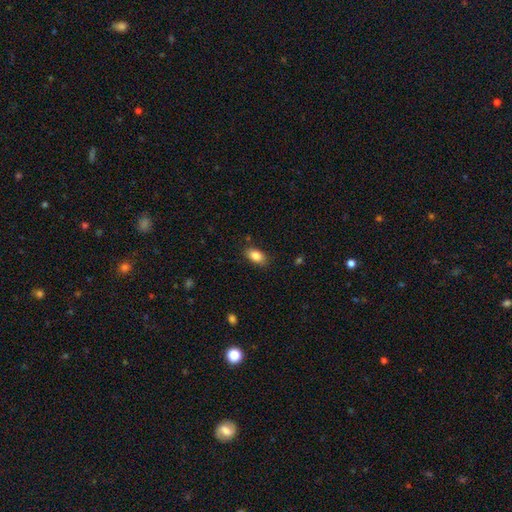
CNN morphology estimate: A smooth galaxy with no disk features (86%) that is in between round and cigar-shaped (91%). Merging: none (85%).